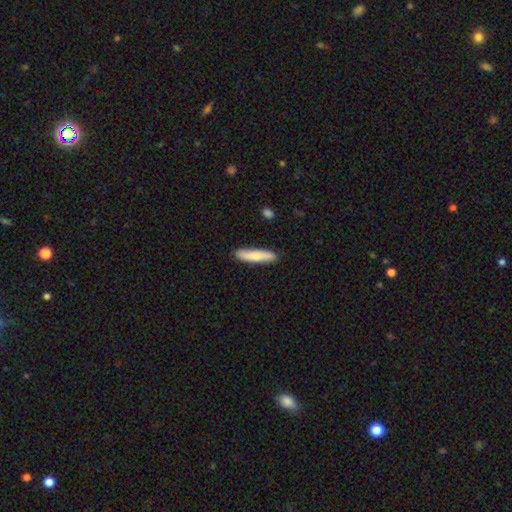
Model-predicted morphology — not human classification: Smooth or featured? smooth (76%)
How rounded? cigar-shaped (83%)
Merging? none (88%)